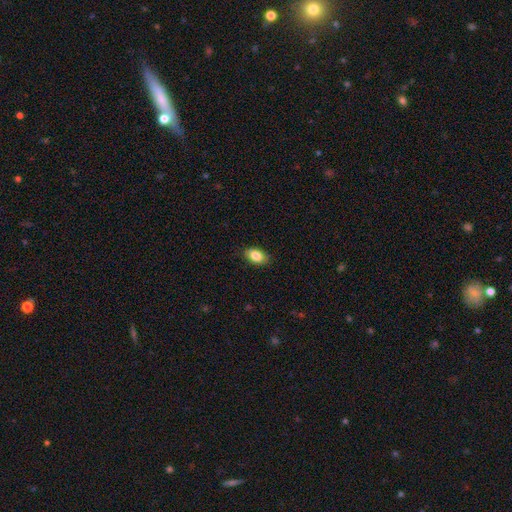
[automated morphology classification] Smooth or featured? Predicted: smooth (p=0.85). How rounded? Predicted: in between (p=0.89). Merging? Predicted: none (p=0.87).